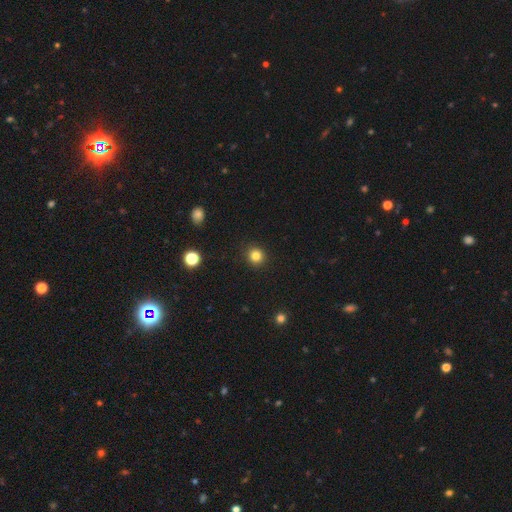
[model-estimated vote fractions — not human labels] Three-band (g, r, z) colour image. It shows a smooth galaxy with no disk features (83%) that is round (92%). Merging: none (92%).